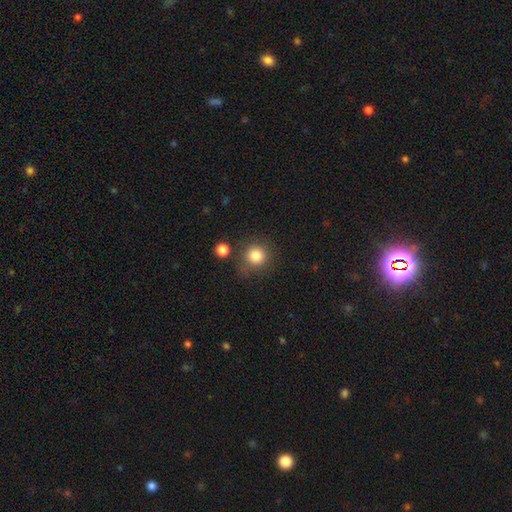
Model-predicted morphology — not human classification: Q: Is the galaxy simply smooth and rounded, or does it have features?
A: smooth — 83%.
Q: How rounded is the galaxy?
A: round — 91%.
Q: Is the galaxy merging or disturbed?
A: none — 73%.